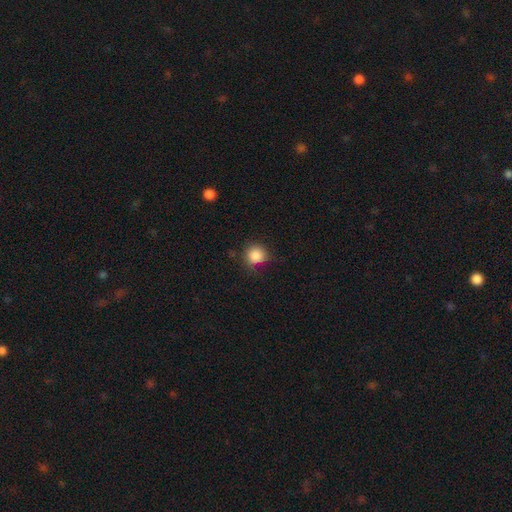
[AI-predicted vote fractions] smooth-or-featured: smooth: 87% | star or artifact: 10% | featured or disk: 4%
  how-rounded: round: 91% | in between: 8% | cigar-shaped: 1%
  merging: none: 77% | minor disturbance: 17% | major disturbance: 4% | merger: 2%